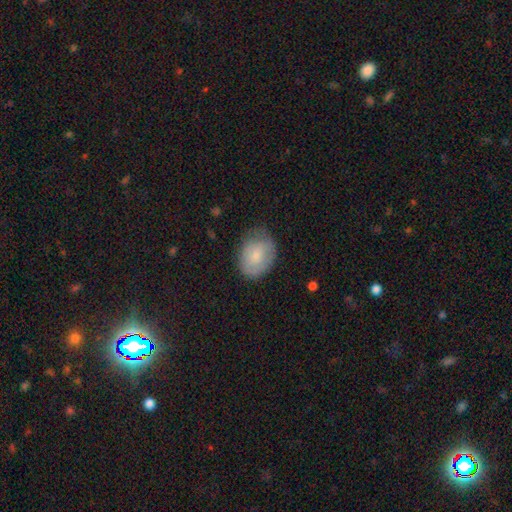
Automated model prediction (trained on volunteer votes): Q: Smooth or featured?
A: smooth (74%); runner-up: featured or disk (19%)
Q: How rounded?
A: in between (67%); runner-up: round (32%)
Q: Merging?
A: none (63%); runner-up: minor disturbance (29%)